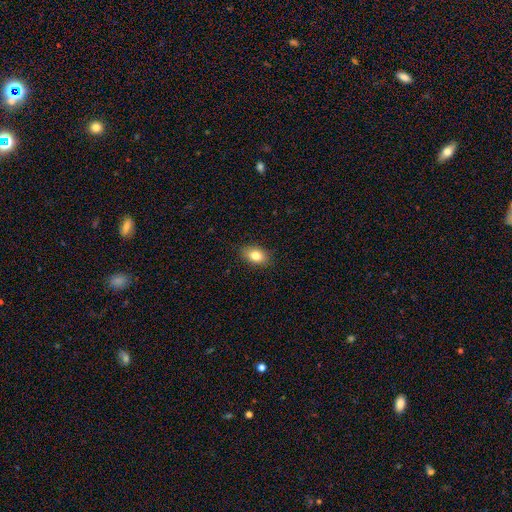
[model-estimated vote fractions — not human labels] The model was most divided on "smooth or featured": smooth: 82%, featured or disk: 9%, star or artifact: 8%. More confident: merging — none (88%); how rounded — in between (87%).